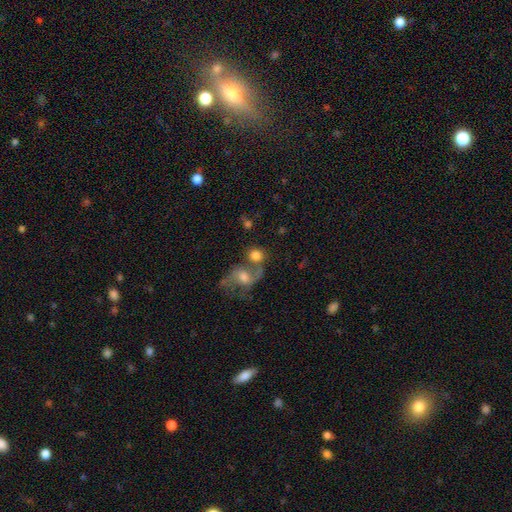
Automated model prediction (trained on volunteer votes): A smooth galaxy with no disk features (66%) that is round (77%). Merging: merger (44%).